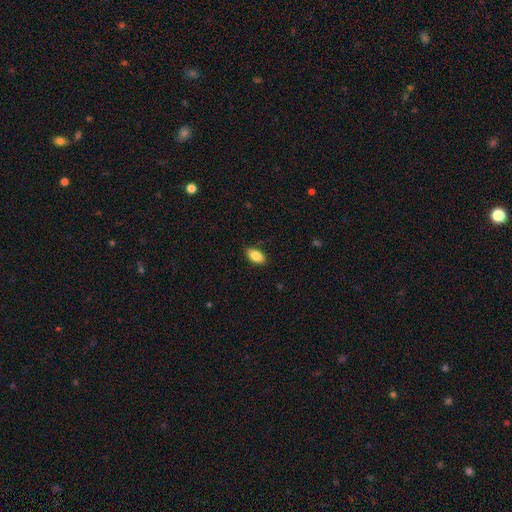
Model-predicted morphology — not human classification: Overall: smooth (84%). How rounded: in between (91%). Merging: none (85%).